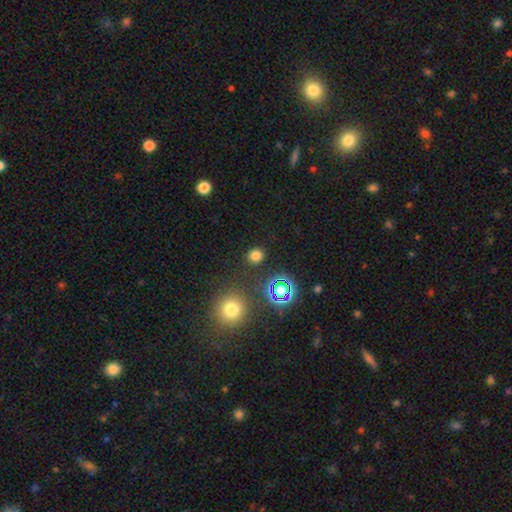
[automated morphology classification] A smooth galaxy with no disk features (73%) that is round (78%).

Vote fractions:
- Smooth or featured? smooth: 73% / star or artifact: 22% / featured or disk: 5%
- How rounded? round: 78% / in between: 21% / cigar-shaped: 1%
- Merging? none: 87% / minor disturbance: 7% / major disturbance: 3% / merger: 2%